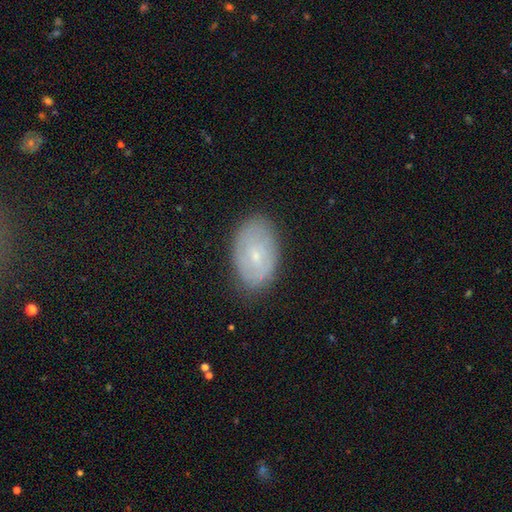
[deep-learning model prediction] smooth-or-featured: featured or disk: 46% | smooth: 44% | star or artifact: 9%
  merging: none: 82% | minor disturbance: 14% | major disturbance: 3% | merger: 1%